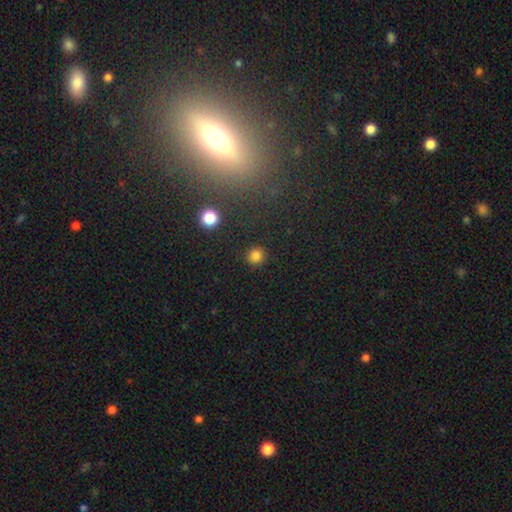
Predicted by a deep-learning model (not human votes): Overall: smooth (82%). How rounded: round (92%). Merging: none (90%).